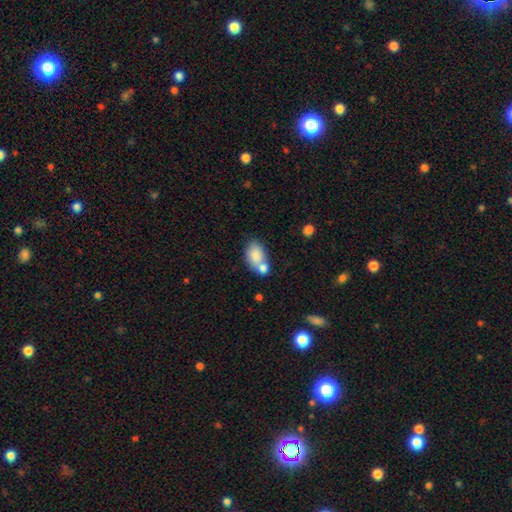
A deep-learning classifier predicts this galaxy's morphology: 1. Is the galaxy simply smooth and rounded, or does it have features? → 80% smooth, 12% featured or disk, 8% star or artifact.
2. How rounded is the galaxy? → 84% in between, 15% round, 2% cigar-shaped.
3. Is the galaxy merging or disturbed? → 45% merger, 37% none, 14% minor disturbance, 5% major disturbance.